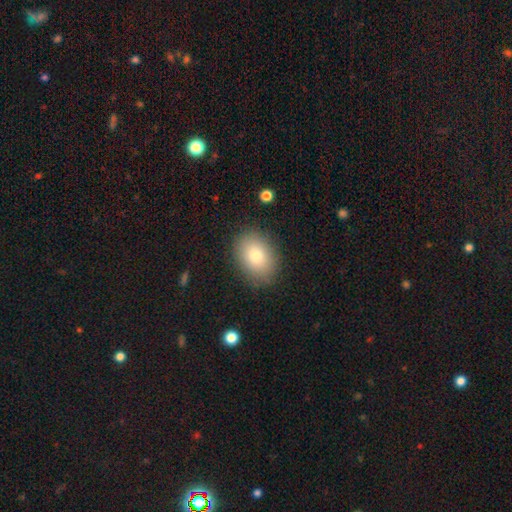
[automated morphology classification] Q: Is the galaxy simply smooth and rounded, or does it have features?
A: smooth — 81%.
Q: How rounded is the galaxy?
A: in between — 69%.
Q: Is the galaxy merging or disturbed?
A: none — 87%.